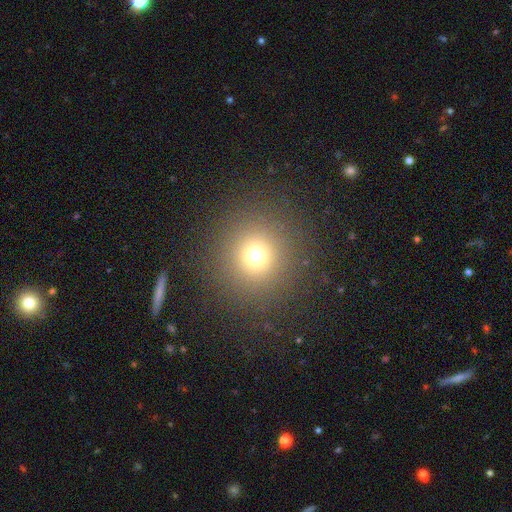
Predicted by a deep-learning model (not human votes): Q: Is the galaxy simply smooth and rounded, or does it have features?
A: smooth — 70%.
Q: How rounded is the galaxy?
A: round — 94%.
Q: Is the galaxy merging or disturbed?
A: none — 89%.